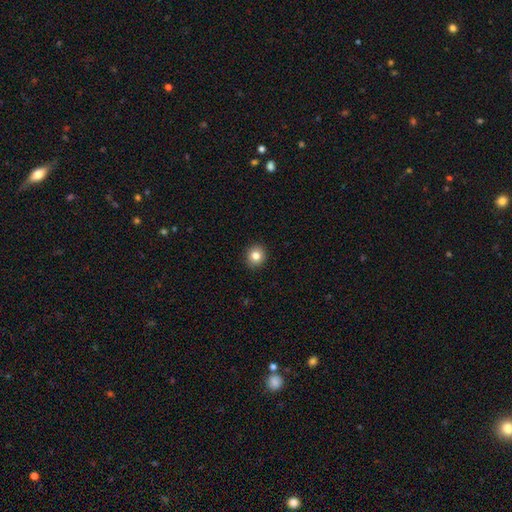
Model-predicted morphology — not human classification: This is clearly a smooth galaxy (81%). How rounded: clearly round (88%). Merging: clearly none (92%).